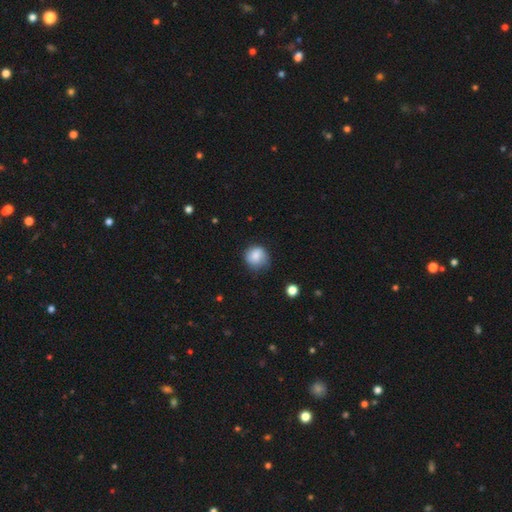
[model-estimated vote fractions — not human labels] Morphology: type=smooth (80%); roundness=round (87%); merging=none (68%).